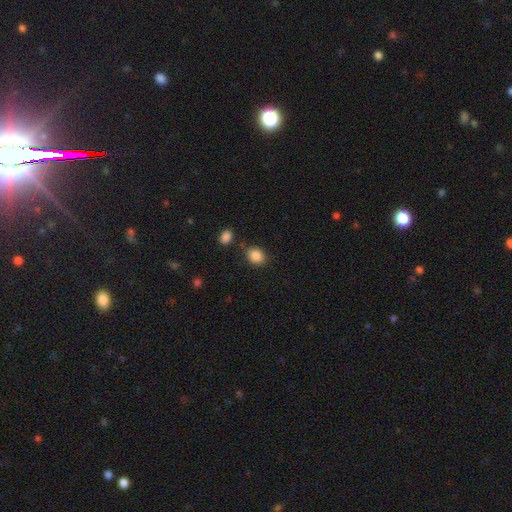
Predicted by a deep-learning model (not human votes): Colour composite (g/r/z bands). It shows a smooth galaxy with no disk features (87%) that is in between round and cigar-shaped (52%). Merging: none (77%).